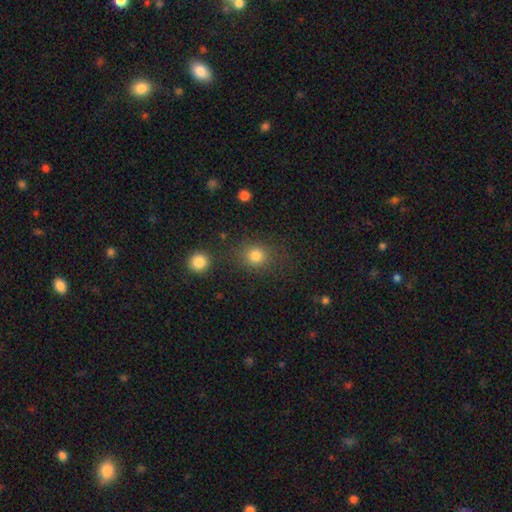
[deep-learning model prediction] The model was most divided on "how rounded": round: 78%, in between: 21%, cigar-shaped: 1%. More confident: smooth or featured — smooth (80%); merging — none (77%).